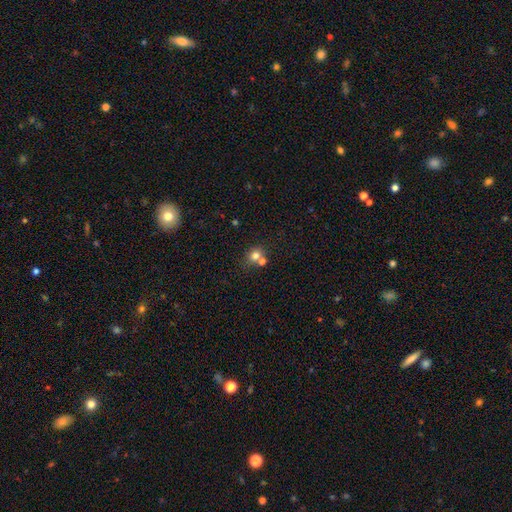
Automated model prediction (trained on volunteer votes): smooth 74%, star or artifact 15%, featured or disk 11%. Down the decision tree: how rounded — round (77%); merging — none (51%).